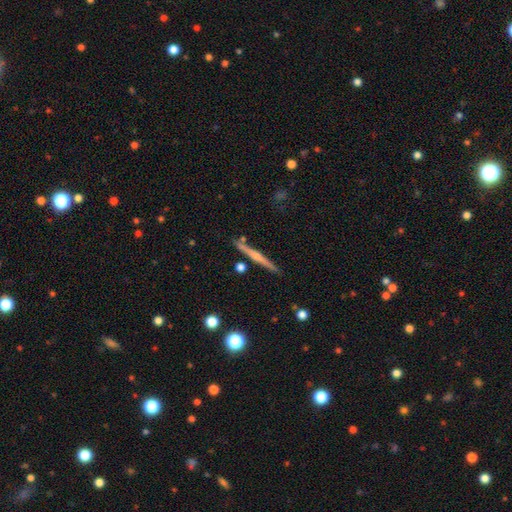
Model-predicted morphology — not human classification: smooth-or-featured: featured or disk: 65% | smooth: 29% | star or artifact: 6%
  disk-edge-on: yes: 98% | no: 2%
    edge-on-bulge: rounded: 62% | none: 29% | boxy: 8%
  merging: none: 87% | minor disturbance: 8% | merger: 4% | major disturbance: 2%